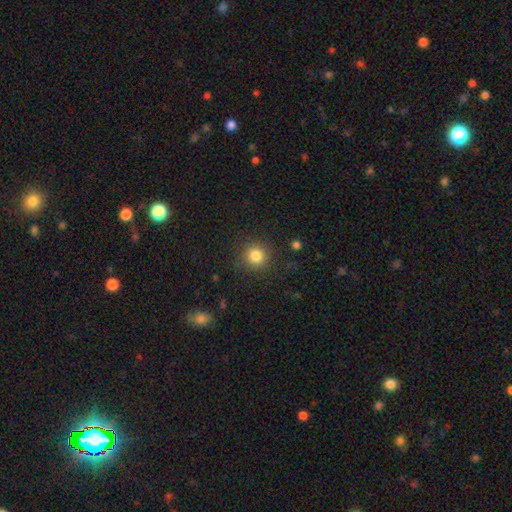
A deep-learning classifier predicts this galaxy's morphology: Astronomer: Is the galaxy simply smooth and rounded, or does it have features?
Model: smooth — 83%.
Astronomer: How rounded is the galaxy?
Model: round — 93%.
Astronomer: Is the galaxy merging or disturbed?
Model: none — 88%.